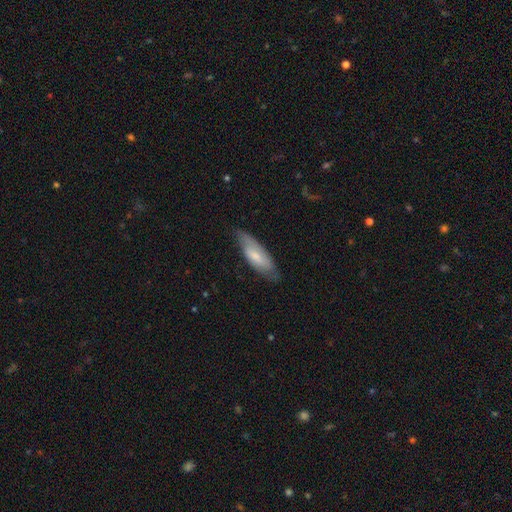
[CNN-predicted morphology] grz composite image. It shows a smooth galaxy with no disk features (57%) that is in between round and cigar-shaped (60%). Merging: none (68%).